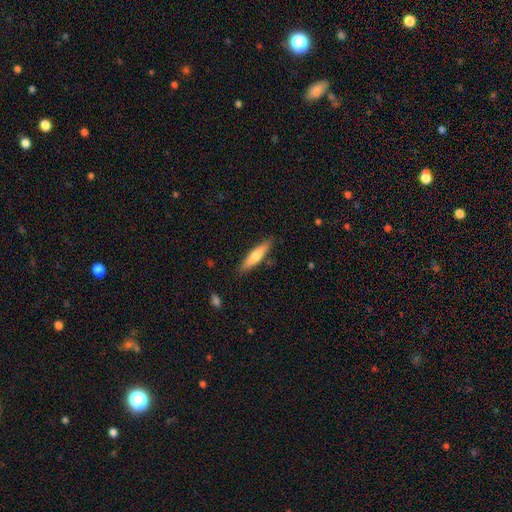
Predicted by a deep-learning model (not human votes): A smooth galaxy with no disk features (65%) that is cigar-shaped (81%).

Vote fractions:
- Smooth or featured? smooth: 65% / featured or disk: 29% / star or artifact: 6%
- How rounded? cigar-shaped: 81% / in between: 17% / round: 1%
- Merging? none: 86% / minor disturbance: 10% / major disturbance: 2% / merger: 2%